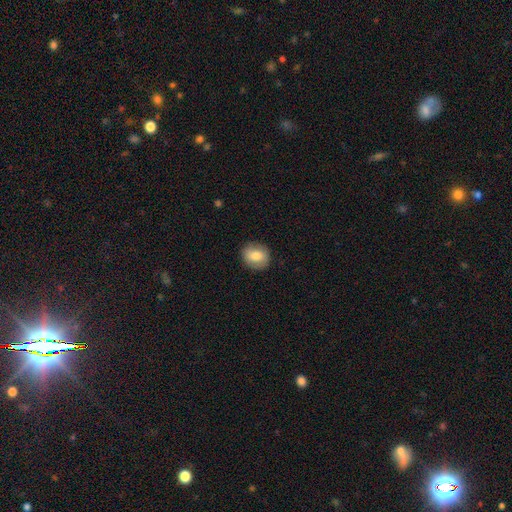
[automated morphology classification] A smooth galaxy with no disk features (75%) that is round (70%).

Vote fractions:
- Smooth or featured? smooth: 75% / featured or disk: 17% / star or artifact: 8%
- How rounded? round: 70% / in between: 29% / cigar-shaped: 1%
- Merging? none: 86% / minor disturbance: 10% / major disturbance: 3% / merger: 1%